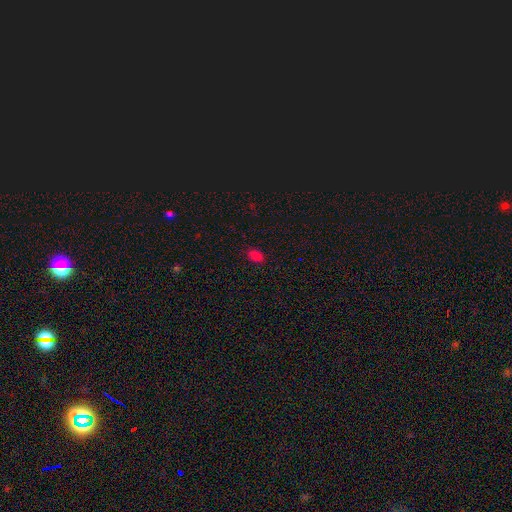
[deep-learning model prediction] Smooth or featured: smooth — 80% (star or artifact — 16%)
How rounded: in between — 87% (round — 12%)
Merging: none — 86% (minor disturbance — 10%)